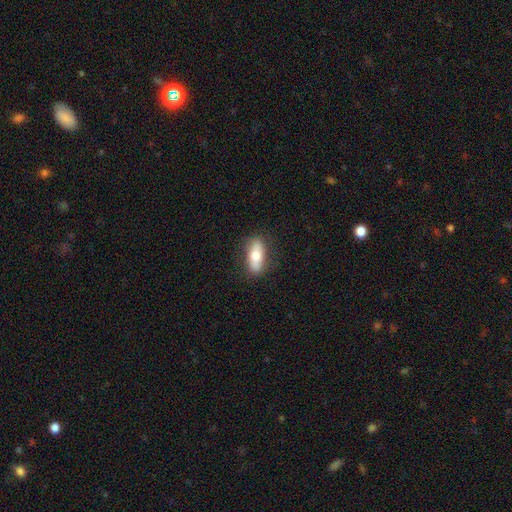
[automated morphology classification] type=smooth (69%); roundness=in between (73%); merging=none (85%).